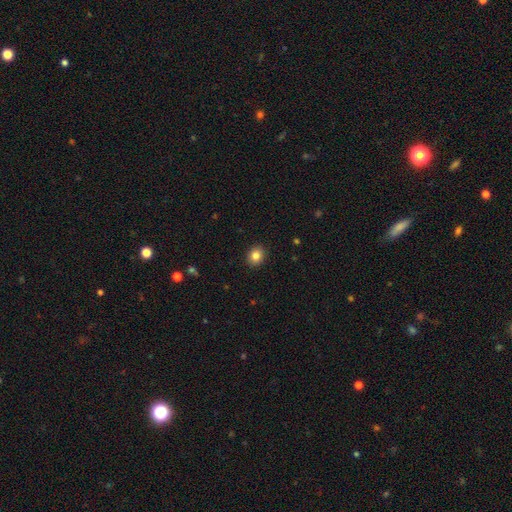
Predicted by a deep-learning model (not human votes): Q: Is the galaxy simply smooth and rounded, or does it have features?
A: smooth — 84%.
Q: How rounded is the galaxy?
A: round — 62%.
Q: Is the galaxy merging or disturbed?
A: none — 91%.